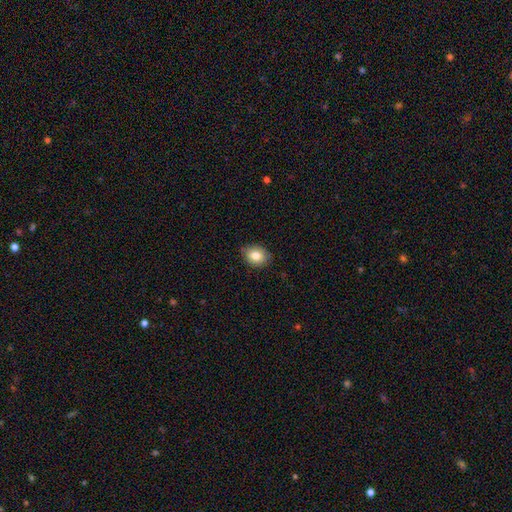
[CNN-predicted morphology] This appears to be a smooth galaxy with no disk features (82%) that is in between round and cigar-shaped (57%). Merging: none (82%).